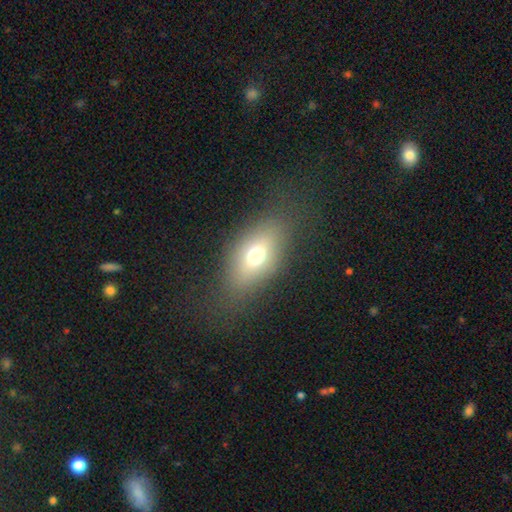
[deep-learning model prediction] This is likely a smooth galaxy (66%). How rounded: likely in between (79%). Merging: likely none (77%).